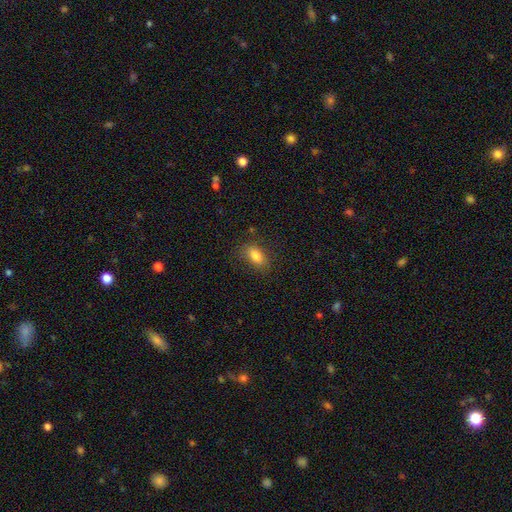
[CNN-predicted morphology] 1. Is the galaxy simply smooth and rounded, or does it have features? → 82% smooth, 9% star or artifact, 9% featured or disk.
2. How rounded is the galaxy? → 88% in between, 7% round, 5% cigar-shaped.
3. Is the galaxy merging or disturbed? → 80% none, 14% minor disturbance, 4% major disturbance, 1% merger.